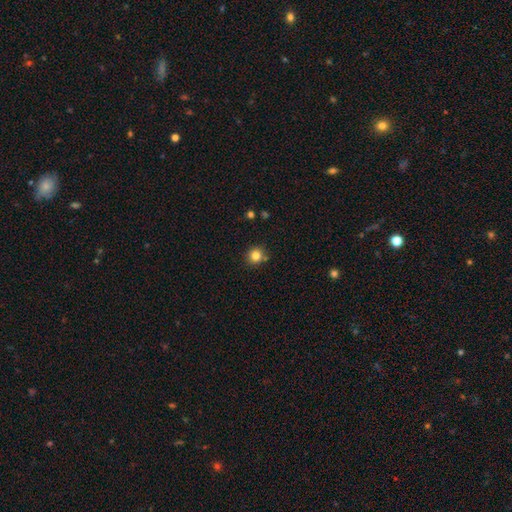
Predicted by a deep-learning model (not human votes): Overall: smooth (83%). How rounded: round (90%). Merging: none (83%).